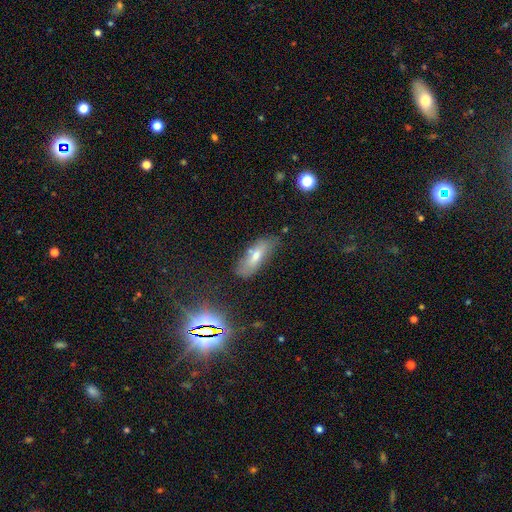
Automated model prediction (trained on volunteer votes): The model was most divided on "smooth or featured": smooth: 55%, featured or disk: 30%, star or artifact: 15%. More confident: merging — none (67%); how rounded — in between (62%).